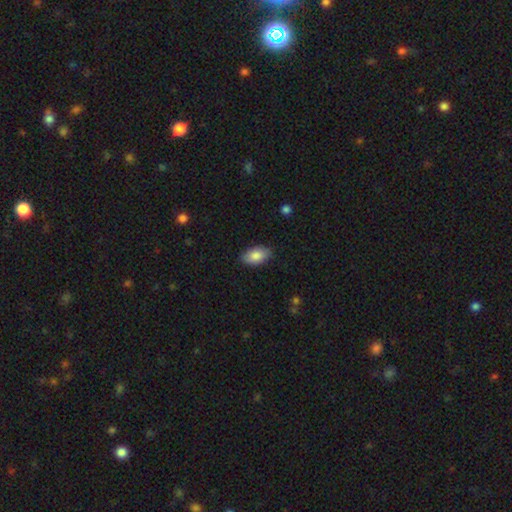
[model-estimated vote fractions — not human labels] Smooth or featured?
  - smooth: 85% *
  - featured or disk: 9%
  - star or artifact: 6%
How rounded?
  - in between: 94% *
  - round: 4%
  - cigar-shaped: 2%
Merging?
  - none: 86% *
  - minor disturbance: 11%
  - major disturbance: 2%
  - merger: 1%